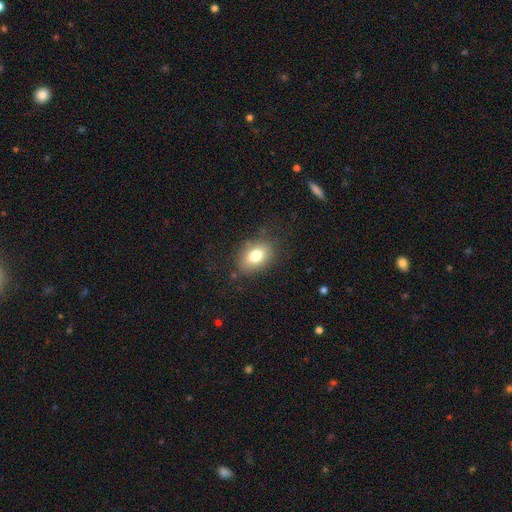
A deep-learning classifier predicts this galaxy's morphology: Smooth or featured?
  - smooth: 77% *
  - featured or disk: 13%
  - star or artifact: 9%
How rounded?
  - in between: 82% *
  - round: 16%
  - cigar-shaped: 2%
Merging?
  - none: 78% *
  - minor disturbance: 15%
  - major disturbance: 5%
  - merger: 2%